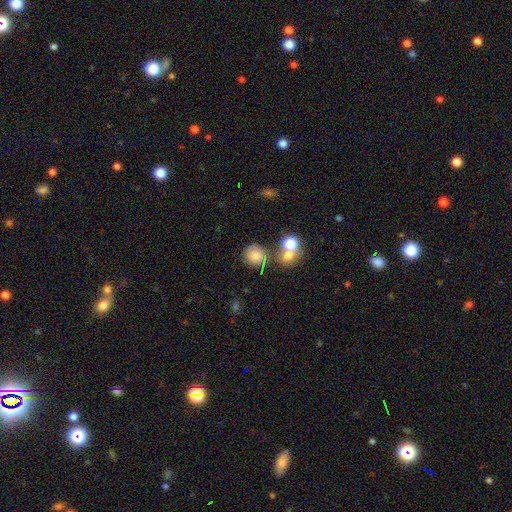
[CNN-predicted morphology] type=smooth (77%); roundness=round (83%); merging=none (60%).